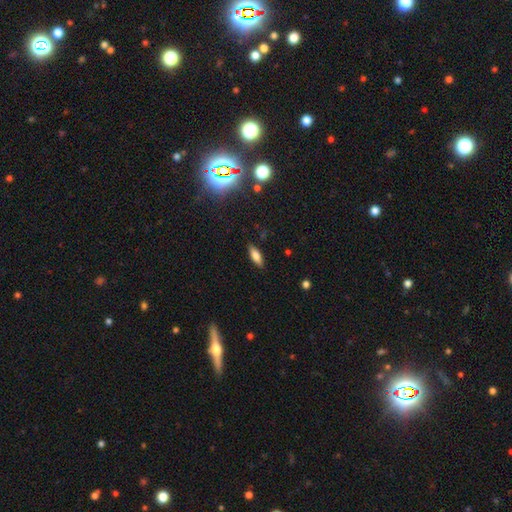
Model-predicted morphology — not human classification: The model was most divided on "how rounded": in between: 64%, cigar-shaped: 34%, round: 2%. More confident: merging — none (87%); smooth or featured — smooth (73%).